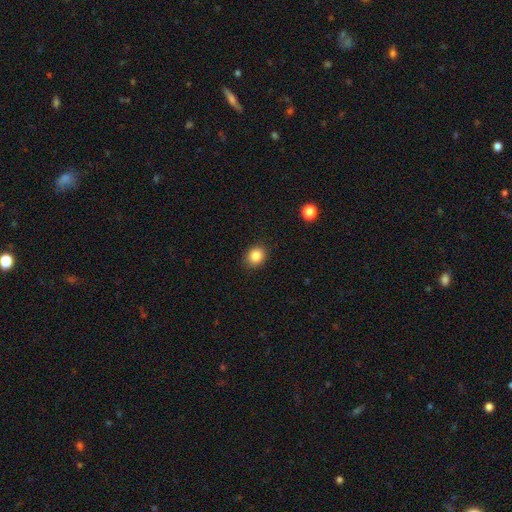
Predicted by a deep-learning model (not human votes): smooth 85%, star or artifact 10%, featured or disk 5%. Down the decision tree: how rounded — round (60%); merging — none (87%).